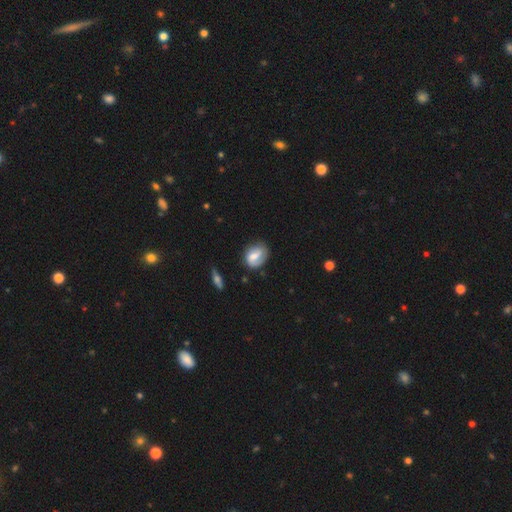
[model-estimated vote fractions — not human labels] Smooth or featured? Predicted: smooth (p=0.54). How rounded? Predicted: in between (p=0.65). Merging? Predicted: none (p=0.65).